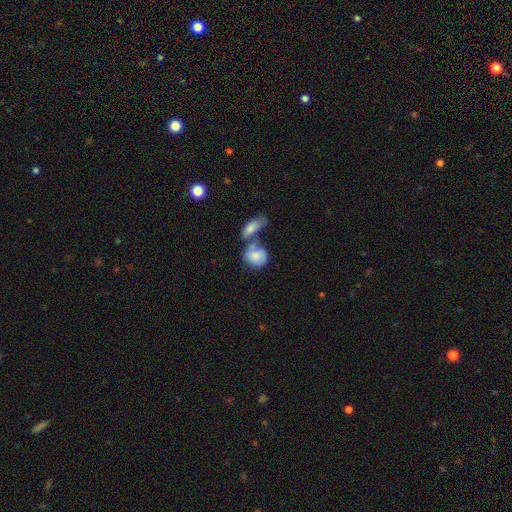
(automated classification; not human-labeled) A smooth galaxy with no disk features (76%) that is round (54%).

Vote fractions:
- Smooth or featured? smooth: 76% / featured or disk: 18% / star or artifact: 6%
- How rounded? round: 54% / in between: 43% / cigar-shaped: 3%
- Merging? merger: 50% / none: 29% / minor disturbance: 13% / major disturbance: 8%